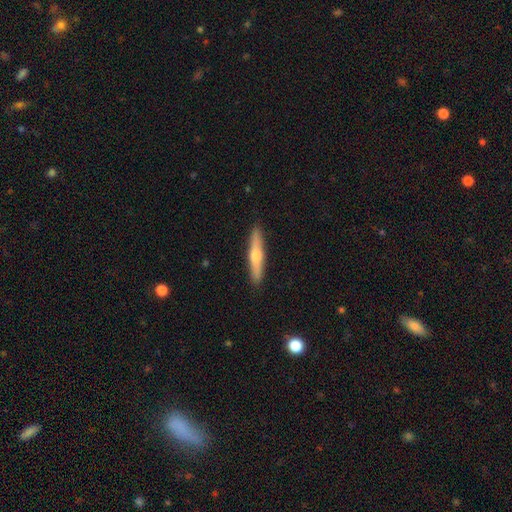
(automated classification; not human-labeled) Overall: featured or disk (51%; smooth 44%). Edge-on disk: yes (94%). Merging: none (91%).